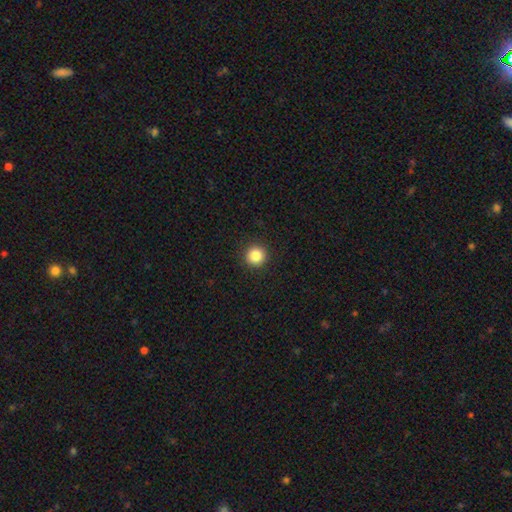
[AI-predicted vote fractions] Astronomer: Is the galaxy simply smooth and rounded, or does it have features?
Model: smooth — 85%.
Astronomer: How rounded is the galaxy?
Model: round — 95%.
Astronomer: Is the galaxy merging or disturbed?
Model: none — 93%.